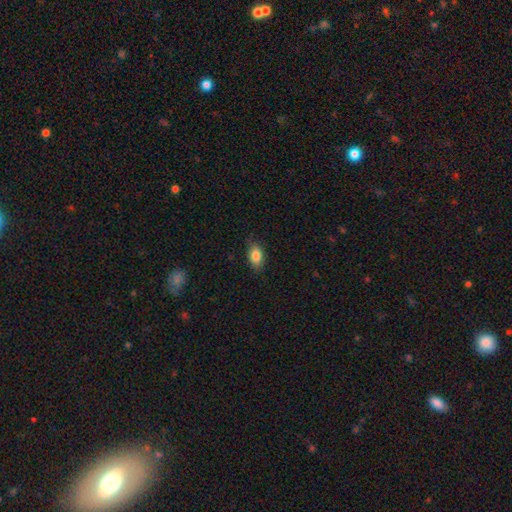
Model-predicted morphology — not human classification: A smooth galaxy with no disk features (84%) that is in between round and cigar-shaped (87%). Merging: none (81%).